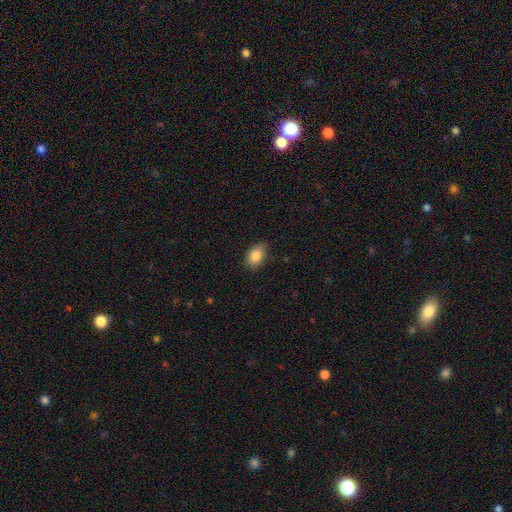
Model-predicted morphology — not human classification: smooth 85%, star or artifact 8%, featured or disk 7%. Down the decision tree: how rounded — in between (84%); merging — none (83%).